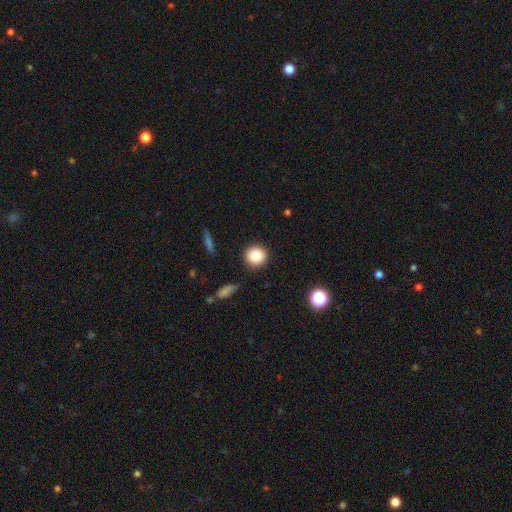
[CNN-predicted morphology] smooth_or_featured: smooth (p=0.86) [alt: star or artifact p=0.09]
how_rounded: round (p=0.89) [alt: in between p=0.10]
merging: none (p=0.88) [alt: minor disturbance p=0.08]